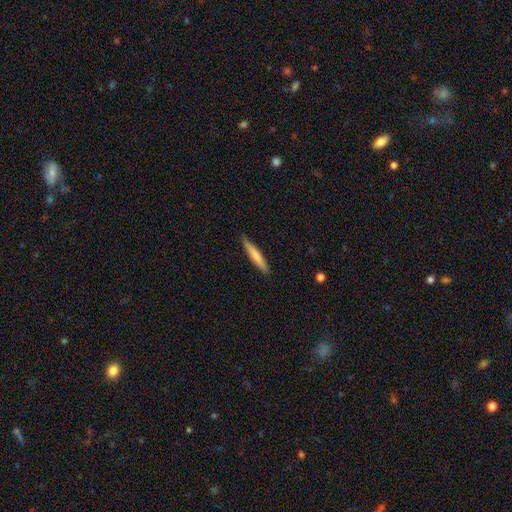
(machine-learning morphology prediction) Smooth or featured? Predicted: smooth (p=0.70). How rounded? Predicted: cigar-shaped (p=0.93). Merging? Predicted: none (p=0.87).